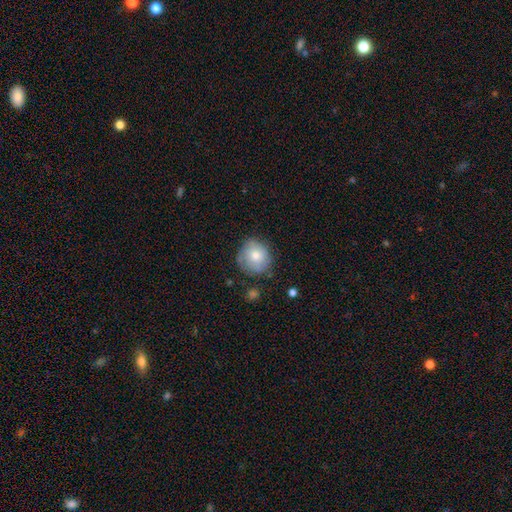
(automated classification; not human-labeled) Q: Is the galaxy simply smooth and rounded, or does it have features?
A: smooth — 72%.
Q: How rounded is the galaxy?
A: round — 90%.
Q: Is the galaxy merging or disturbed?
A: none — 73%.